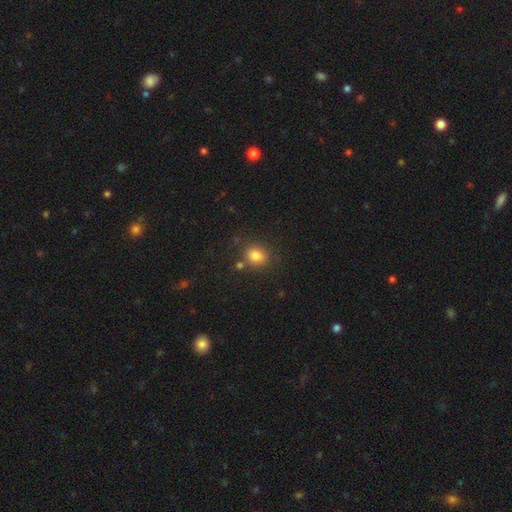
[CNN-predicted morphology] smooth_or_featured: smooth (p=0.81) [alt: star or artifact p=0.12]
how_rounded: round (p=0.61) [alt: in between p=0.38]
merging: none (p=0.75) [alt: minor disturbance p=0.12]